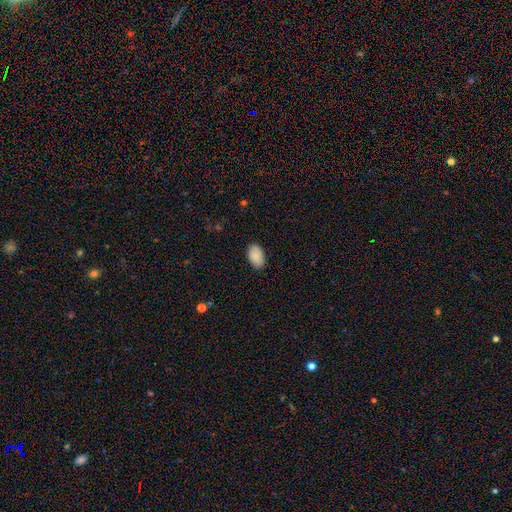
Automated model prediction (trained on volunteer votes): smooth-or-featured: smooth: 90% | star or artifact: 6% | featured or disk: 4%
  how-rounded: in between: 93% | round: 6% | cigar-shaped: 1%
  merging: none: 87% | minor disturbance: 10% | major disturbance: 2% | merger: 1%